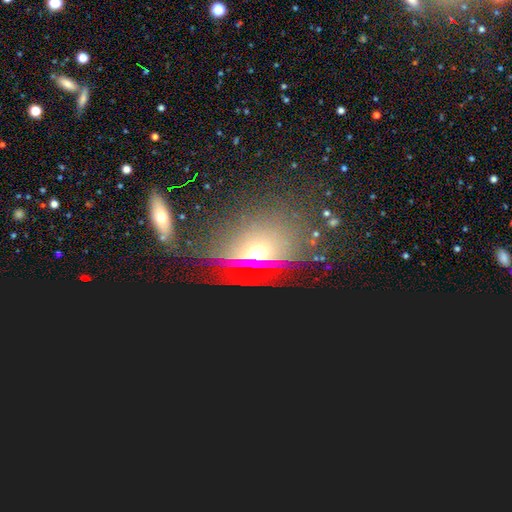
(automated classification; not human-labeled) smooth_or_featured: star or artifact (p=0.37) [alt: smooth p=0.32]